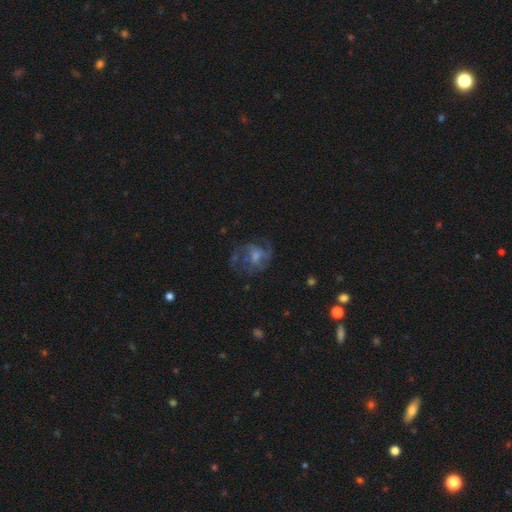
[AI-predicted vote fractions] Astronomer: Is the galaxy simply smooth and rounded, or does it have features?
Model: featured or disk — 69%.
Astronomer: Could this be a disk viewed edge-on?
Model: no — 97%.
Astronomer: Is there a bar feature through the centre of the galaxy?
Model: no — 56% (runner-up: weak, 37%).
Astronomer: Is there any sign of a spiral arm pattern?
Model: yes — 79%.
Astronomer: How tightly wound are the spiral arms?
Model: medium — 48% (runner-up: tight, 29%).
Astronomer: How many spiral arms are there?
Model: can't tell — 35% (runner-up: 3, 25%).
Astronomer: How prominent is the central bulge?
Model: moderate — 44% (runner-up: small, 37%).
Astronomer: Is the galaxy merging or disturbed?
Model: none — 61%.